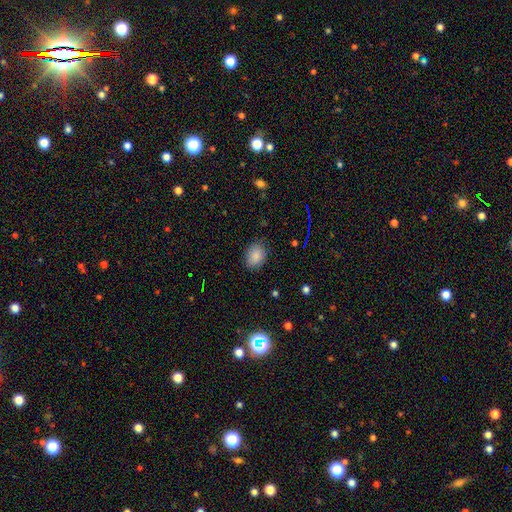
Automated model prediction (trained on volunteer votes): This is clearly a smooth galaxy (86%). How rounded: likely in between (64%). Merging: clearly none (83%).